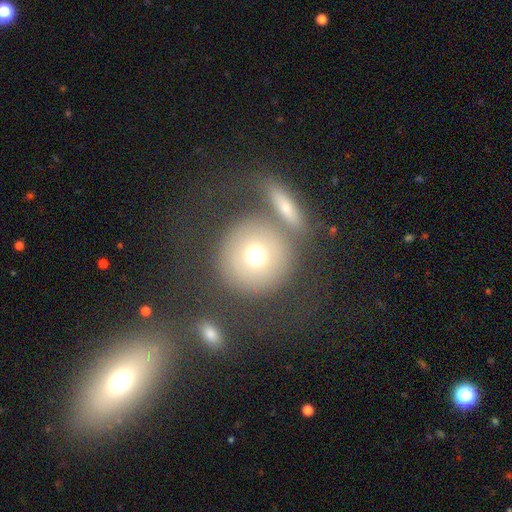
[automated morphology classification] Smooth or featured: smooth — 66% (featured or disk — 24%)
How rounded: round — 92% (in between — 7%)
Merging: none — 61% (merger — 20%)